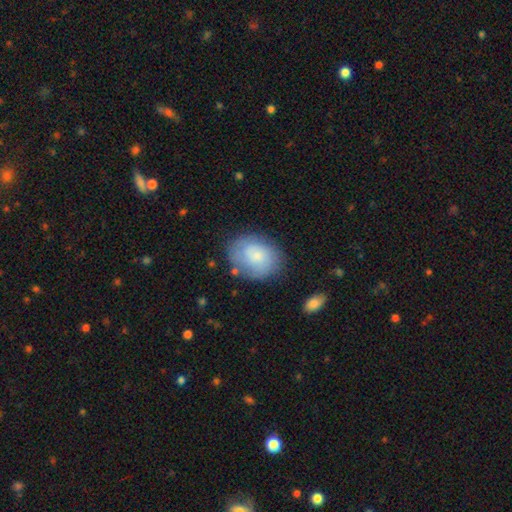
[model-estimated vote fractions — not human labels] Morphology: type=smooth (64%); roundness=in between (58%); merging=none (71%).